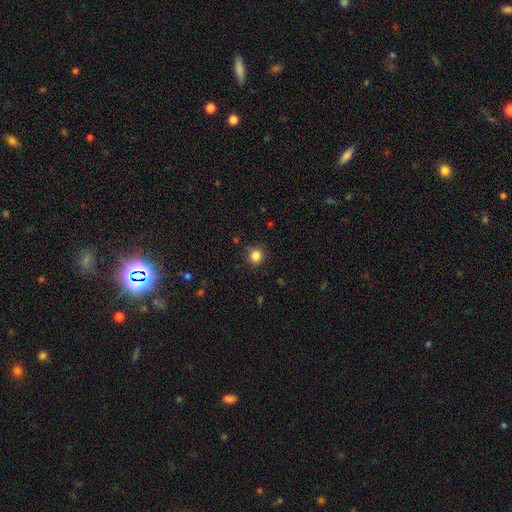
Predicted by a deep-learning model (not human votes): Morphology: type=smooth (84%); roundness=round (89%); merging=none (89%).